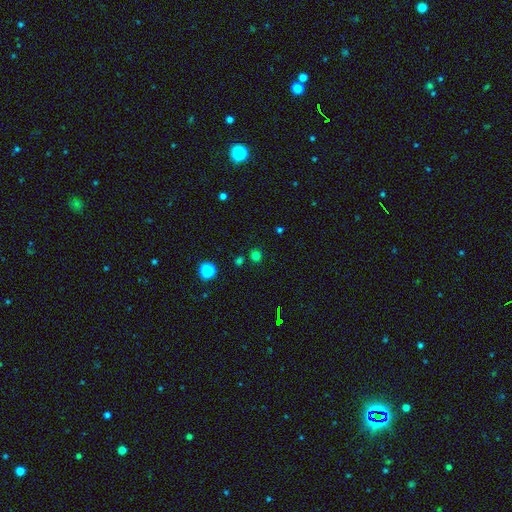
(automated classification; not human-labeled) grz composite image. It shows a smooth galaxy with no disk features (69%) that is round (90%). Merging: none (84%).